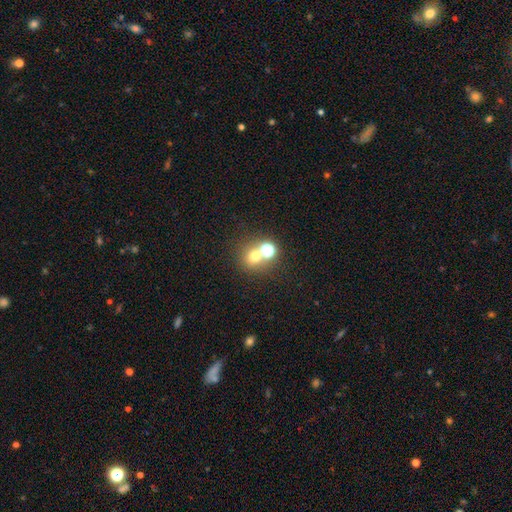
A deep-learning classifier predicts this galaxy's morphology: type=smooth (65%); roundness=round (83%); merging=none (54%).